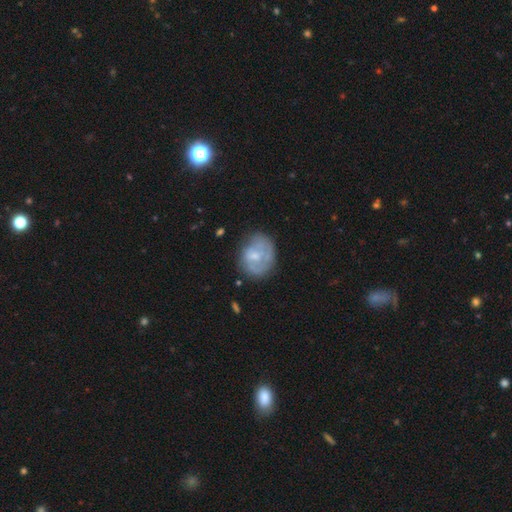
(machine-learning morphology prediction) This appears to be a featured or disk galaxy (50%). Merging: none (58%).